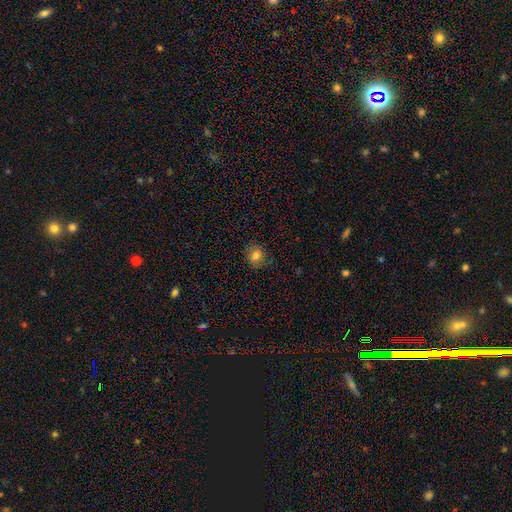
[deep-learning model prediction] The model was most divided on "how rounded": round: 75%, in between: 24%, cigar-shaped: 1%. More confident: merging — none (84%); smooth or featured — smooth (77%).